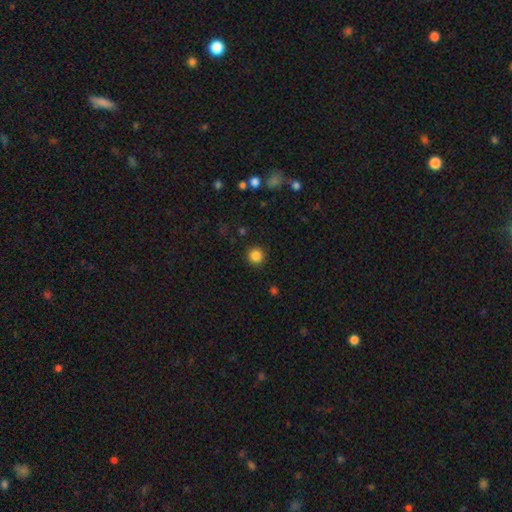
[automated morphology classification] Smooth or featured: smooth — 85% (star or artifact — 11%)
How rounded: round — 94% (in between — 5%)
Merging: none — 92% (minor disturbance — 5%)